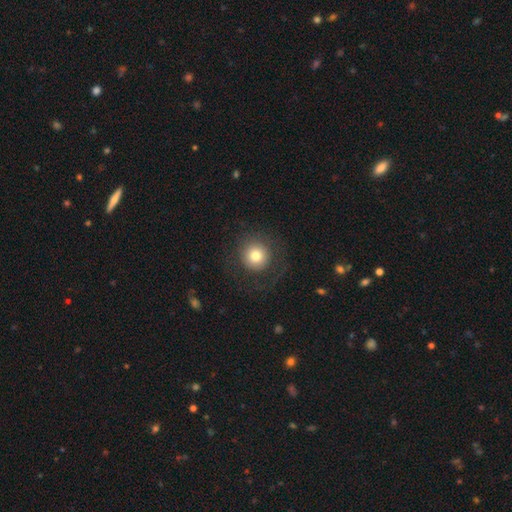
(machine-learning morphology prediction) Q: Smooth or featured?
A: smooth (74%); runner-up: featured or disk (15%)
Q: How rounded?
A: round (95%); runner-up: in between (4%)
Q: Merging?
A: none (78%); runner-up: major disturbance (11%)